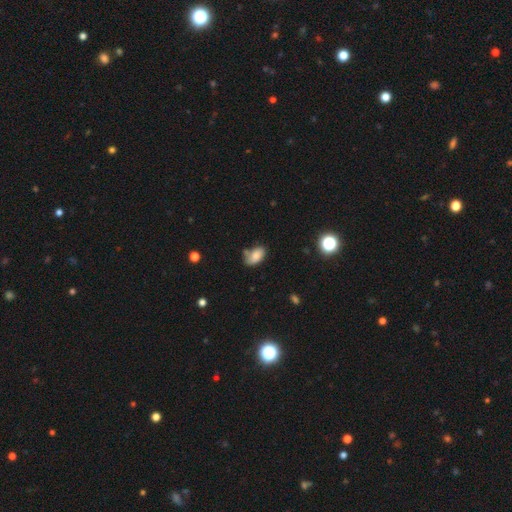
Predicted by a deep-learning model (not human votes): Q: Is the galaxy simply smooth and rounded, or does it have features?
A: smooth — 76%.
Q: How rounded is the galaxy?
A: in between — 91%.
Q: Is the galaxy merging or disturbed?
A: none — 58%.